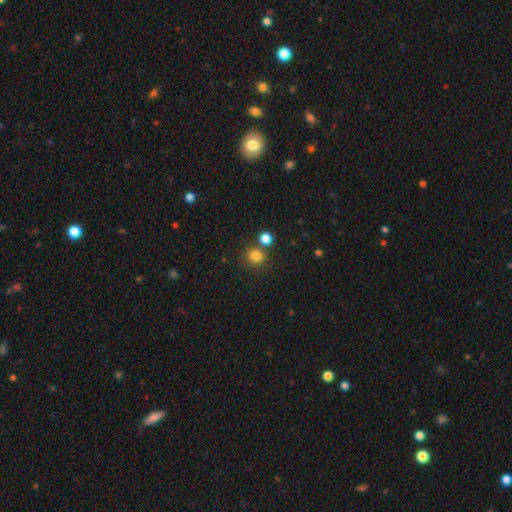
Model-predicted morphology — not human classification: Smooth or featured? smooth (81%)
How rounded? round (91%)
Merging? none (74%)